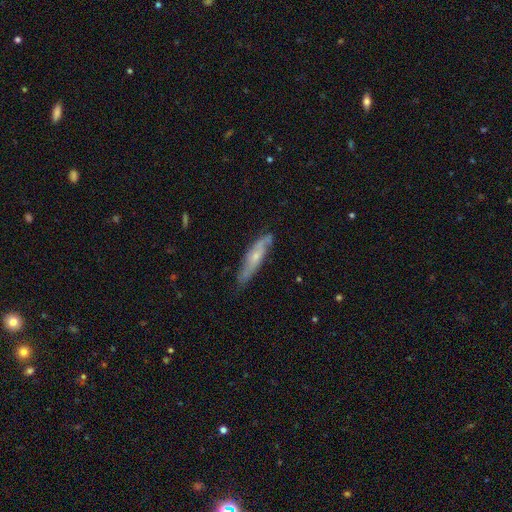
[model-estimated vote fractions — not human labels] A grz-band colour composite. It shows a featured or disk galaxy (60%). Merging: none (70%).